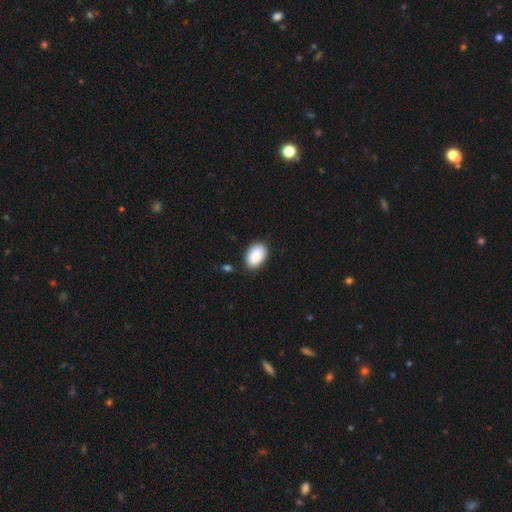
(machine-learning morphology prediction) A smooth galaxy with no disk features (89%) that is in between round and cigar-shaped (91%).

Vote fractions:
- Smooth or featured? smooth: 89% / star or artifact: 6% / featured or disk: 4%
- How rounded? in between: 91% / round: 8% / cigar-shaped: 1%
- Merging? none: 82% / minor disturbance: 13% / major disturbance: 3% / merger: 2%